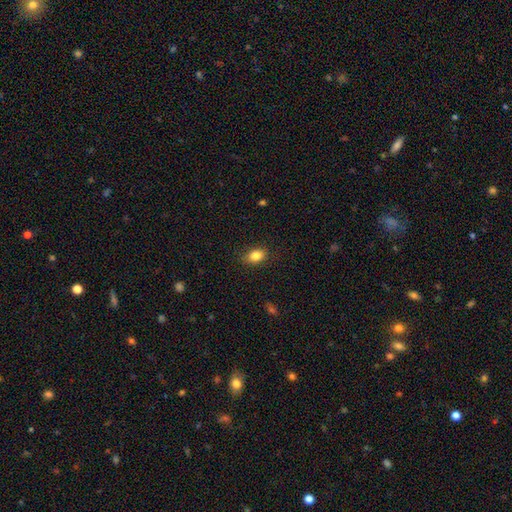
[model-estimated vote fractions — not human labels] Morphology: type=smooth (84%); roundness=in between (78%); merging=none (86%).